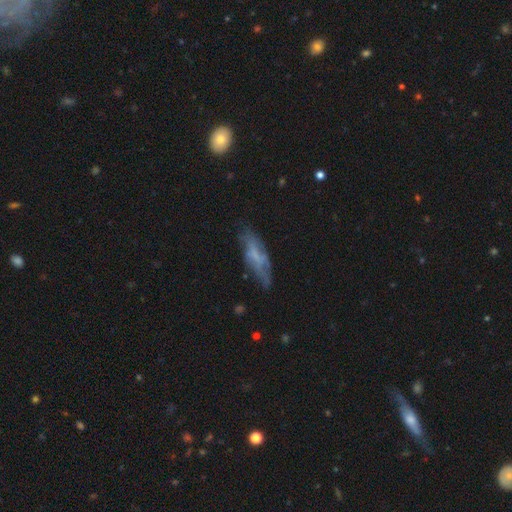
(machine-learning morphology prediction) type=featured or disk (45%, tied with smooth); merging=none (58%).